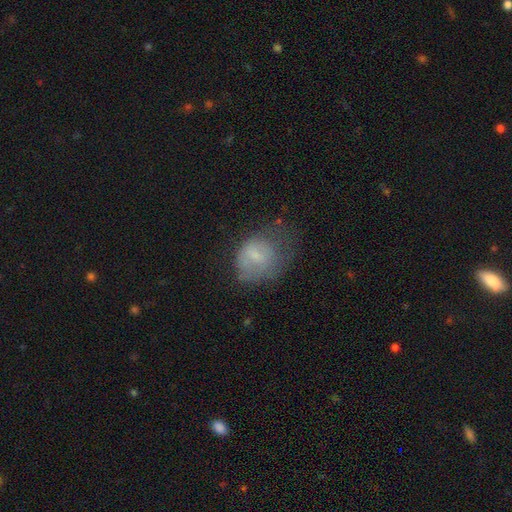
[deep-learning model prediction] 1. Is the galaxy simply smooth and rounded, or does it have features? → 61% smooth, 28% featured or disk, 11% star or artifact.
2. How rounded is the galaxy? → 50% round, 49% in between, 1% cigar-shaped.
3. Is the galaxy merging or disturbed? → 34% major disturbance (tied), 34% none (tied), 30% minor disturbance, 2% merger.